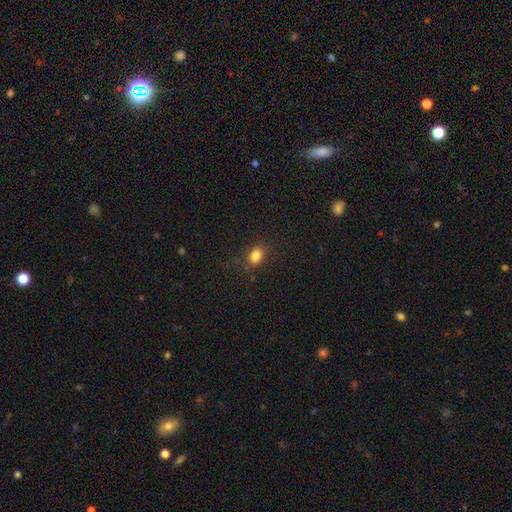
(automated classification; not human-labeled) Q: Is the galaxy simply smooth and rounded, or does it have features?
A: smooth — 83%.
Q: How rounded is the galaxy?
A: in between — 67%.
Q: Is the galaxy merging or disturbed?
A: none — 84%.